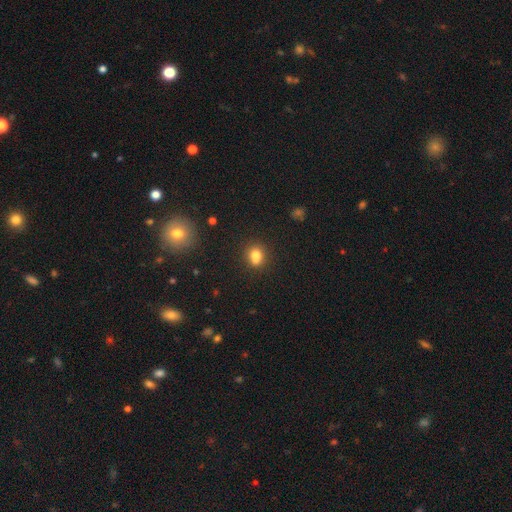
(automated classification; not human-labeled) This appears to be a smooth galaxy with no disk features (75%) that is round (59%). Merging: none (50%).